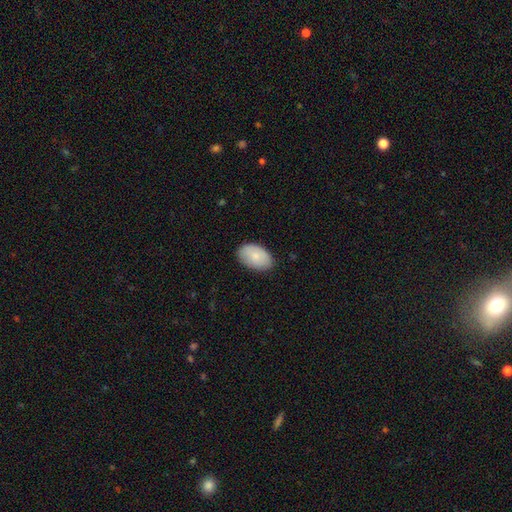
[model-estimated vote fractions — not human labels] Smooth or featured? smooth (84%)
How rounded? in between (93%)
Merging? none (83%)